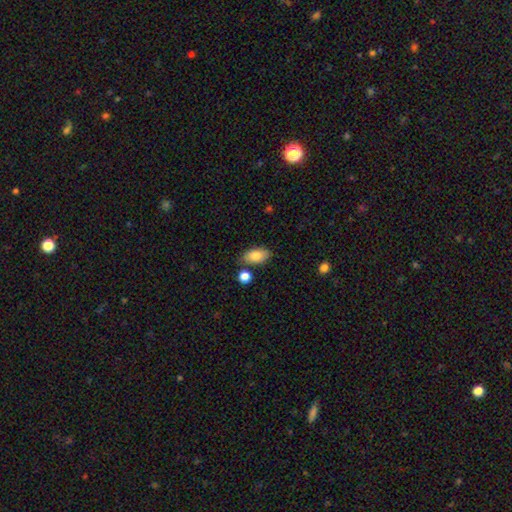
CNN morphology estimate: Q: Smooth or featured?
A: smooth (82%); runner-up: featured or disk (11%)
Q: How rounded?
A: in between (91%); runner-up: round (6%)
Q: Merging?
A: none (77%); runner-up: minor disturbance (12%)